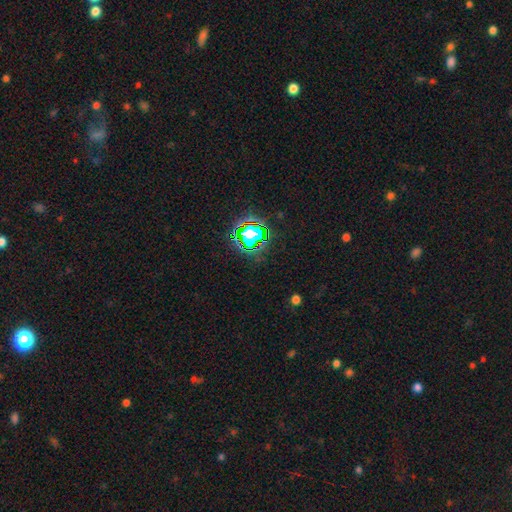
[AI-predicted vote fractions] Smooth or featured?
  - star or artifact: 79% *
  - smooth: 13%
  - featured or disk: 8%